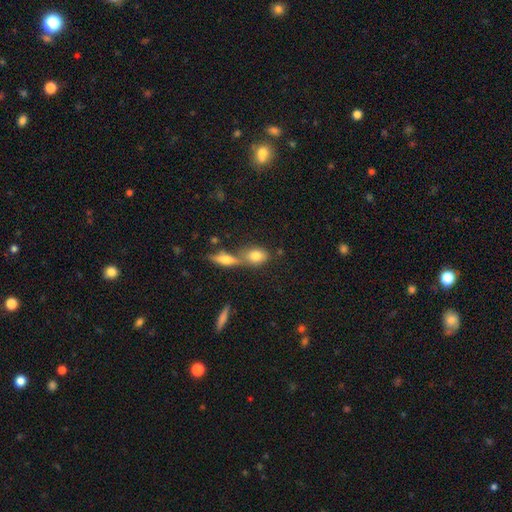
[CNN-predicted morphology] smooth-or-featured: smooth: 77% | featured or disk: 14% | star or artifact: 9%
  how-rounded: in between: 71% | round: 23% | cigar-shaped: 6%
  merging: merger: 44% | none: 41% | minor disturbance: 11% | major disturbance: 4%